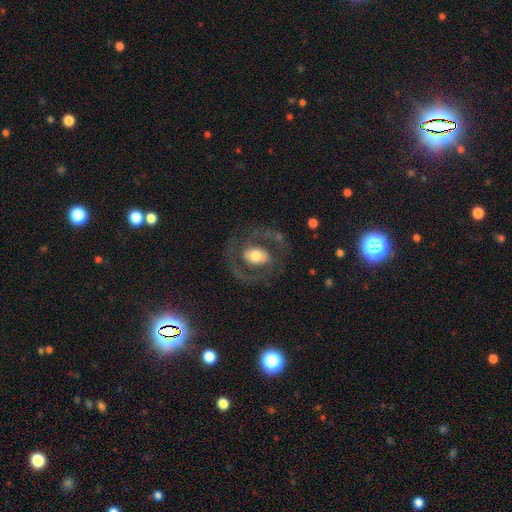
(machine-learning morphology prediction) type=featured or disk (73%); edge-on=no (96%); bar=no (49%); spiral arms=yes (73%); winding=medium (52%); arm count=2 (83%); bulge=moderate (59%); merging=none (70%).